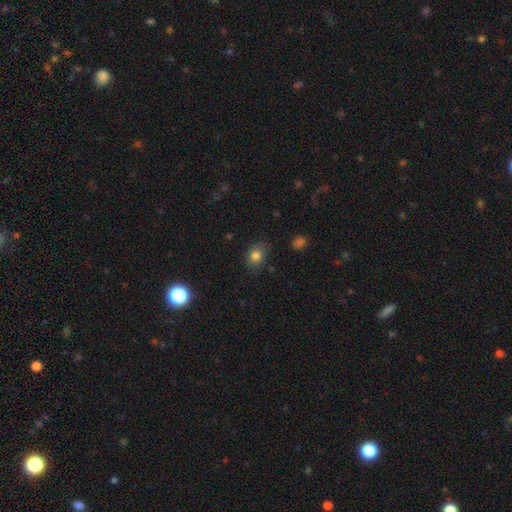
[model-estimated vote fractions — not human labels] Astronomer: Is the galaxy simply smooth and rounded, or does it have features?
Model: smooth — 80%.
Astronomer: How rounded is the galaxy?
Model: in between — 65%.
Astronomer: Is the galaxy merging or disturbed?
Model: none — 76%.